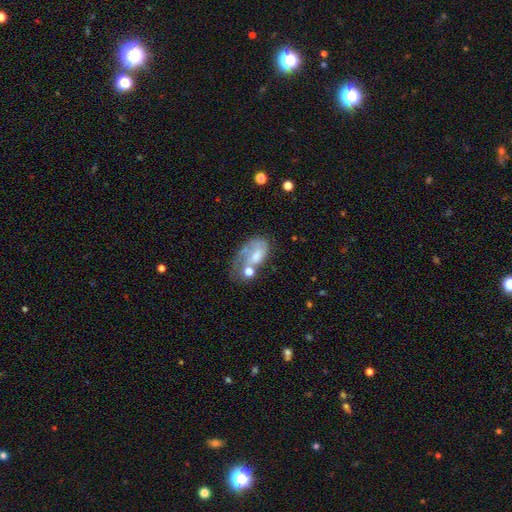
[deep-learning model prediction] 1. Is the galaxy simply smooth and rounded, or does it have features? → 46% featured or disk, 45% smooth, 9% star or artifact.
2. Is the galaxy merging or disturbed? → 33% major disturbance, 25% none, 21% minor disturbance, 21% merger.